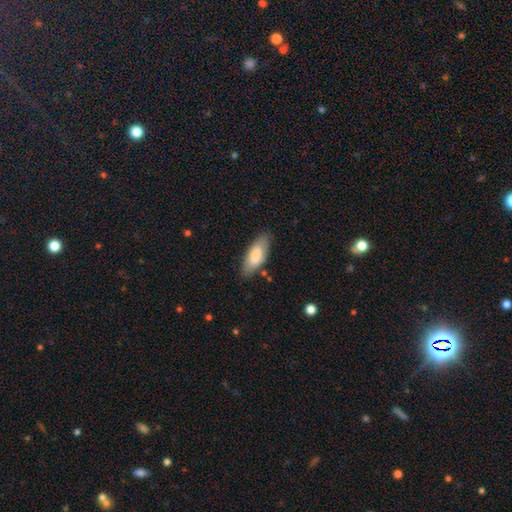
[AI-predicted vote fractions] Smooth or featured?
  - smooth: 76% *
  - featured or disk: 19%
  - star or artifact: 6%
How rounded?
  - in between: 79% *
  - cigar-shaped: 19%
  - round: 2%
Merging?
  - none: 83% *
  - minor disturbance: 13%
  - major disturbance: 3%
  - merger: 2%